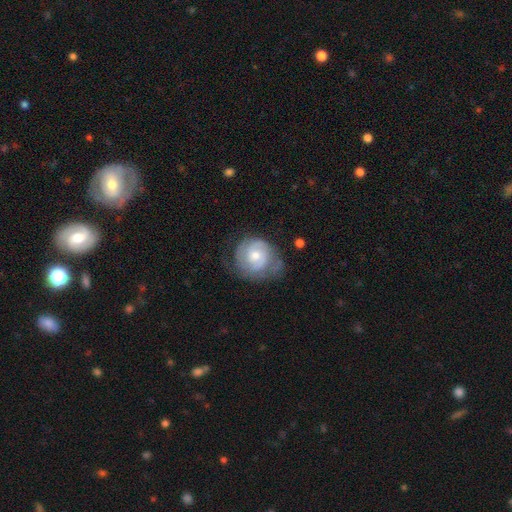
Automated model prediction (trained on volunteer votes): Smooth or featured? Predicted: featured or disk (p=0.66). Edge-on disk? Predicted: no (p=0.98). Bar? Predicted: no (p=0.65). Spiral arms? Predicted: yes (p=0.86). Spiral winding? Predicted: tight (p=0.55). Spiral arm count? Predicted: 2 (p=0.56). Bulge size? Predicted: moderate (p=0.59). Merging? Predicted: none (p=0.55).